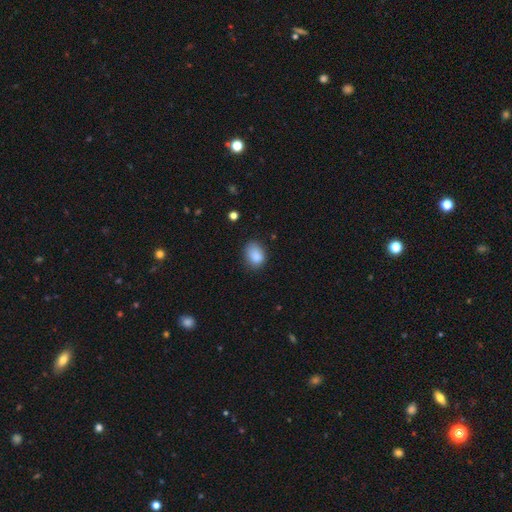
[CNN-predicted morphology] This appears to be a smooth galaxy with no disk features (86%) that is in between round and cigar-shaped (71%). Merging: none (67%).